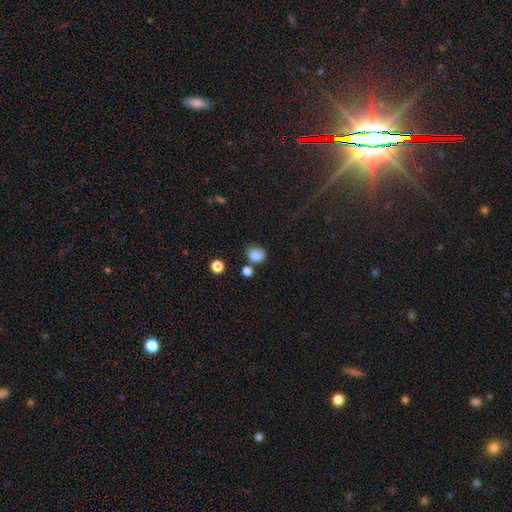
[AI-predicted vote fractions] Smooth or featured?
  - smooth: 85% *
  - star or artifact: 11%
  - featured or disk: 4%
How rounded?
  - round: 76% *
  - in between: 23%
  - cigar-shaped: 1%
Merging?
  - none: 66% *
  - minor disturbance: 17%
  - merger: 12%
  - major disturbance: 5%